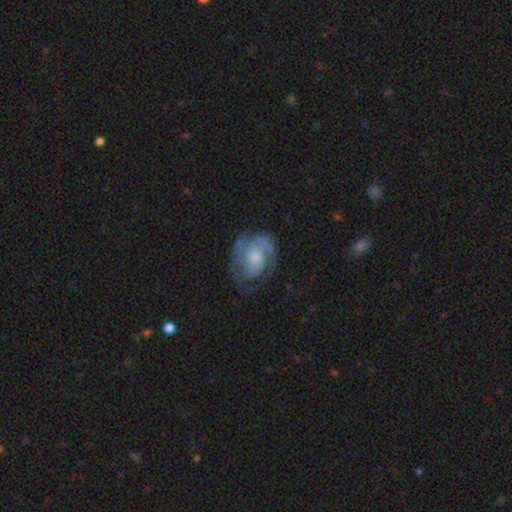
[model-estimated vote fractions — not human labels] A featured or disk galaxy (75%) with no bar (72%), 2 (52%) tight (48%) spiral arms (87%) and a moderate central bulge (43%).

Vote fractions:
- Smooth or featured? featured or disk: 75% / smooth: 19% / star or artifact: 6%
- Edge-on disk? no: 97% / yes: 3%
- Bar? no: 72% / weak: 24% / strong: 5%
- Spiral arms? yes: 87% / no: 13%
- Spiral winding? tight: 48% / medium: 39% / loose: 13%
- Spiral arm count? 2: 52% / can't tell: 23% / 1: 10% / 3: 9% / 4: 3% / more than 4: 3%
- Bulge size? moderate: 43% / small: 34% / large: 14% / none: 8% / dominant: 2%
- Merging? none: 62% / minor disturbance: 22% / major disturbance: 15% / merger: 2%